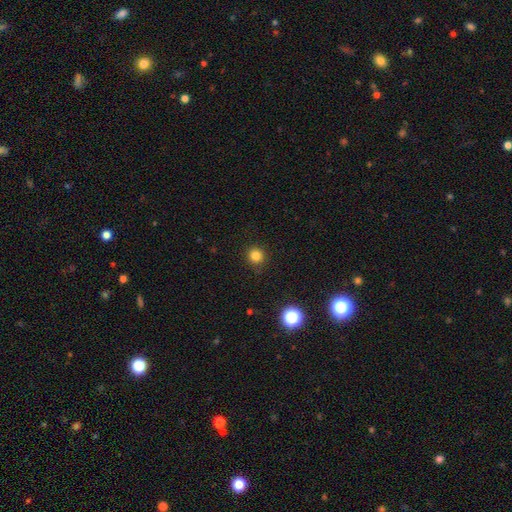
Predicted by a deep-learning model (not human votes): smooth 81%, star or artifact 14%, featured or disk 4%. Down the decision tree: how rounded — round (94%); merging — none (90%).